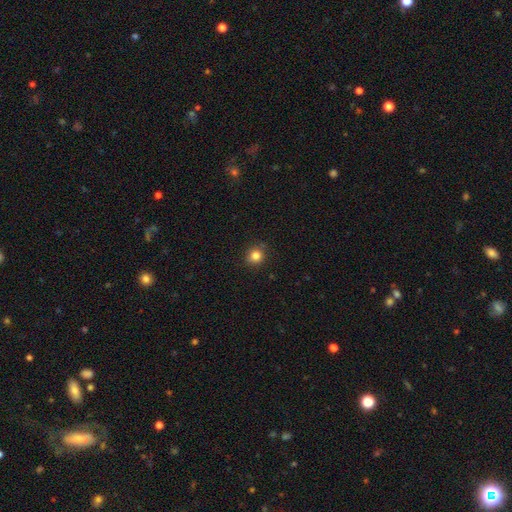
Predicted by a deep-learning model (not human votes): This appears to be a smooth galaxy with no disk features (83%) that is round (91%). Merging: none (90%).